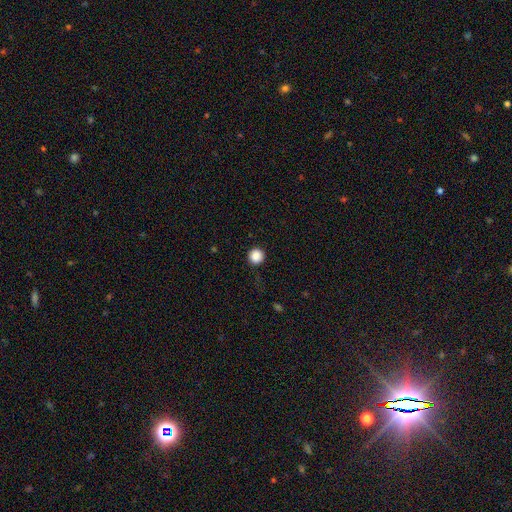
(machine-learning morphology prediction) smooth 88%, star or artifact 10%, featured or disk 3%. Down the decision tree: how rounded — round (96%); merging — none (92%).